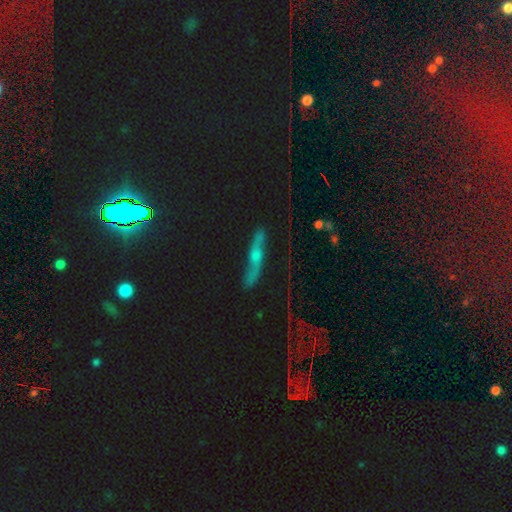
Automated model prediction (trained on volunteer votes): The model was most divided on "edge-on disk": yes: 63%, no: 37%. More confident: merging — none (76%); smooth or featured — featured or disk (56%).